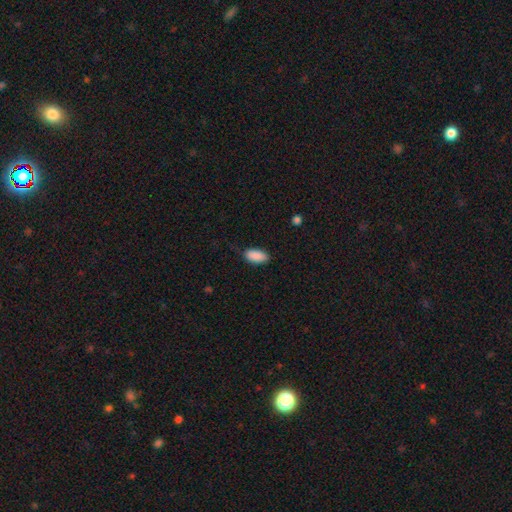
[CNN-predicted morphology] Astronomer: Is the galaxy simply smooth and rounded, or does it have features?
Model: smooth — 90%.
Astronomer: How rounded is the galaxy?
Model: in between — 93%.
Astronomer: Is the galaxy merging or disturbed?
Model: none — 73%.